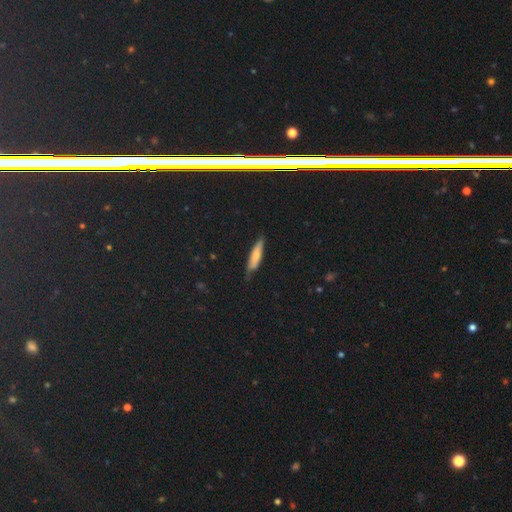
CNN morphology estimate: smooth-or-featured: smooth: 72% | featured or disk: 21% | star or artifact: 7%
  how-rounded: cigar-shaped: 76% | in between: 22% | round: 2%
  merging: none: 75% | minor disturbance: 20% | major disturbance: 3% | merger: 2%